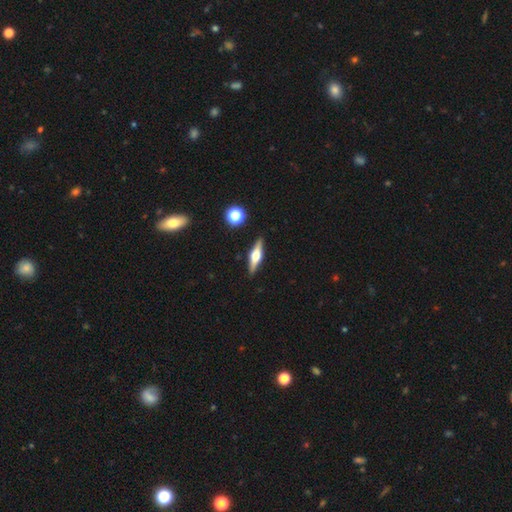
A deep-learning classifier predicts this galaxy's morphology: featured or disk 66%, smooth 27%, star or artifact 7%. Down the decision tree: edge-on disk — yes (96%); edge-on bulge — rounded (94%); merging — none (89%).